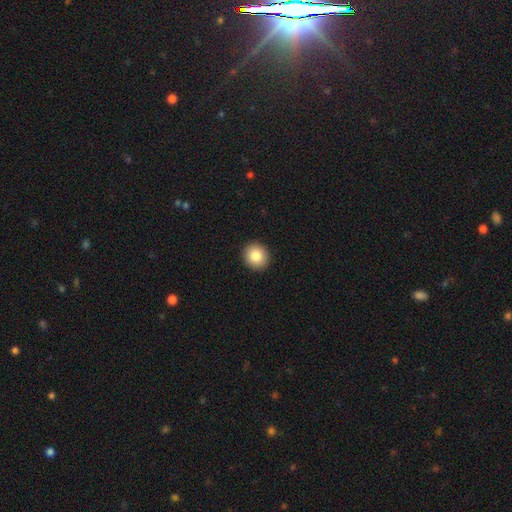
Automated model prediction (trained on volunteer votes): A smooth galaxy with no disk features (84%) that is round (88%).

Vote fractions:
- Smooth or featured? smooth: 84% / star or artifact: 9% / featured or disk: 8%
- How rounded? round: 88% / in between: 11% / cigar-shaped: 1%
- Merging? none: 93% / minor disturbance: 5% / major disturbance: 1% / merger: 1%